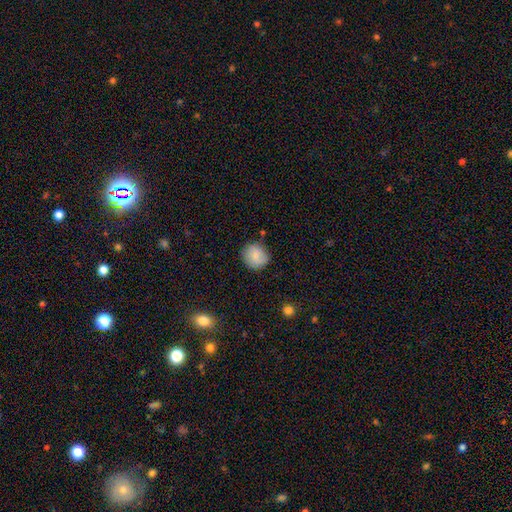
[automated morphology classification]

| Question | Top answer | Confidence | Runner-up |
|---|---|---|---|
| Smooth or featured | smooth | 82% | featured or disk (10%) |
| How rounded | round | 88% | in between (11%) |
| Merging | none | 80% | minor disturbance (15%) |